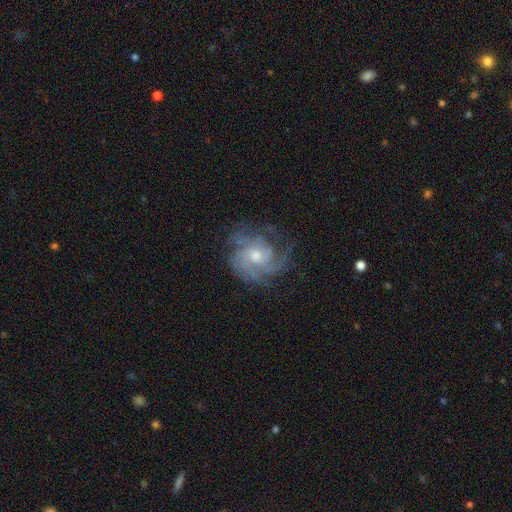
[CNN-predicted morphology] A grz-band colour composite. It shows a featured or disk galaxy (86%) with no bar (71%), 3 (32%) tight (55%) spiral arms (96%) and a moderate central bulge (62%). Merging: none (69%).